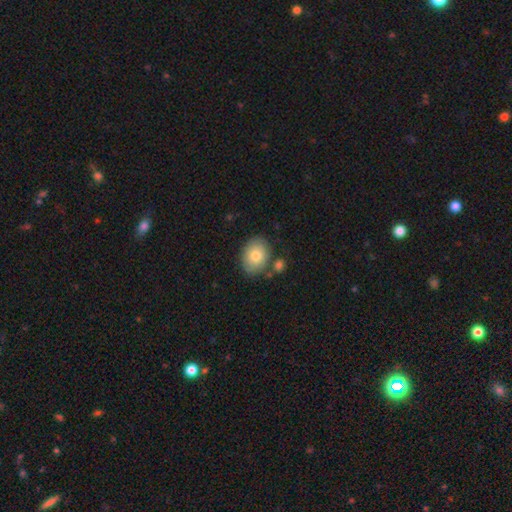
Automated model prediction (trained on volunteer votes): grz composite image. It shows a smooth galaxy with no disk features (79%) that is in between round and cigar-shaped (64%). Merging: none (77%).